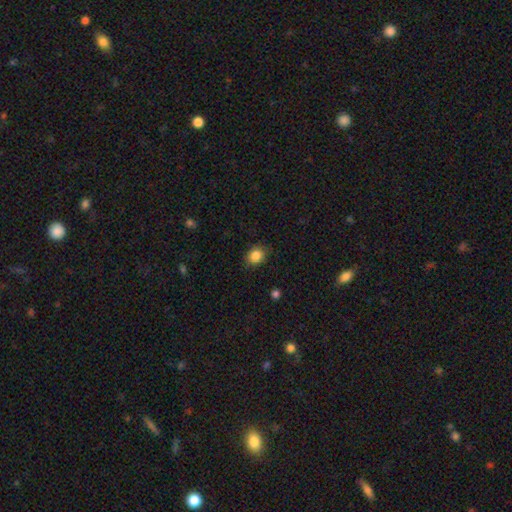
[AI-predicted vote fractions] Smooth or featured? smooth (85%)
How rounded? round (57%)
Merging? none (84%)